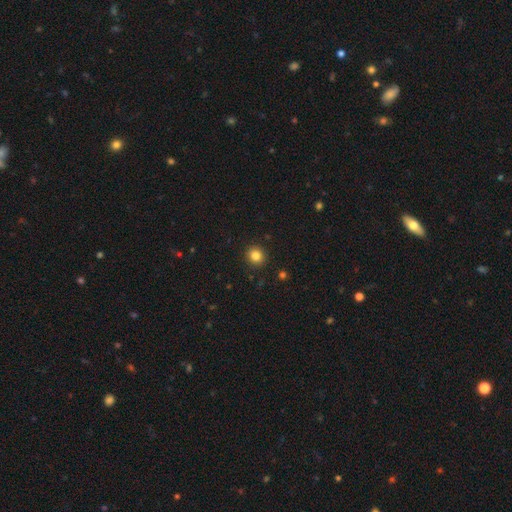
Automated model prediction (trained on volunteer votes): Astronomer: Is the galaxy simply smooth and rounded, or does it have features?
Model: smooth — 83%.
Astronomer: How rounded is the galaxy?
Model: round — 89%.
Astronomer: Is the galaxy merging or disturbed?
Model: none — 92%.